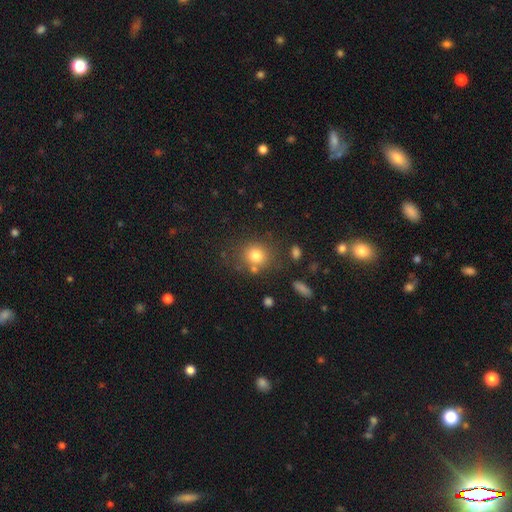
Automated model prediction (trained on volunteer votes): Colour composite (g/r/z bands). It shows a smooth galaxy with no disk features (78%) that is round (82%). Merging: none (74%).